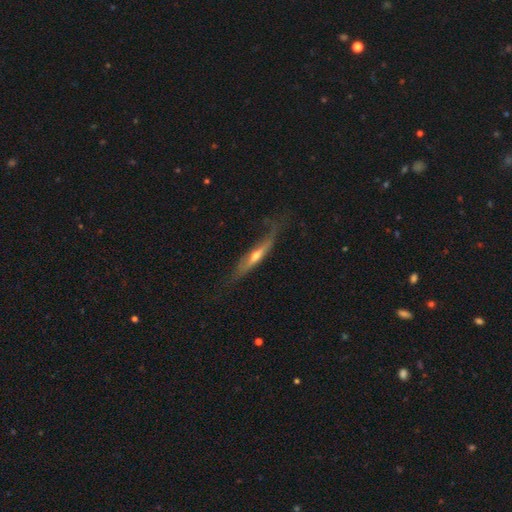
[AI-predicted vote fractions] The model was most divided on "merging": none: 55%, minor disturbance: 27%, major disturbance: 16%, merger: 2%. More confident: edge-on disk — yes (81%); smooth or featured — featured or disk (61%).